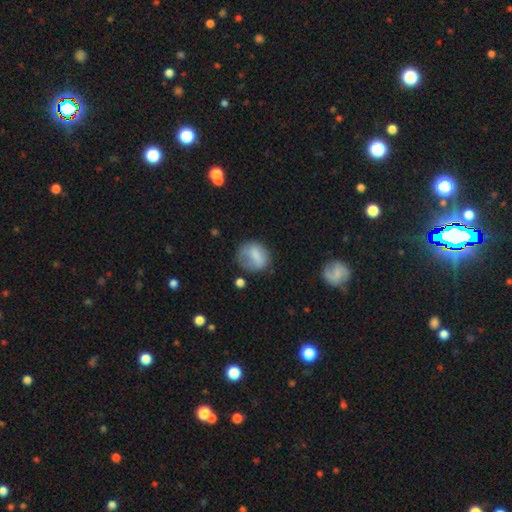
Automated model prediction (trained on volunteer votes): smooth_or_featured: smooth (p=0.73) [alt: featured or disk p=0.18]
how_rounded: round (p=0.65) [alt: in between p=0.34]
merging: none (p=0.56) [alt: minor disturbance p=0.25]